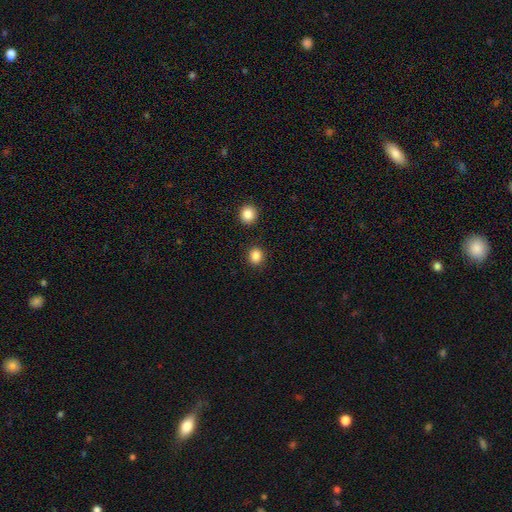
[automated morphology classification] A smooth galaxy with no disk features (86%) that is round (64%).

Vote fractions:
- Smooth or featured? smooth: 86% / star or artifact: 11% / featured or disk: 3%
- How rounded? round: 64% / in between: 35% / cigar-shaped: 1%
- Merging? none: 87% / minor disturbance: 8% / merger: 3% / major disturbance: 3%